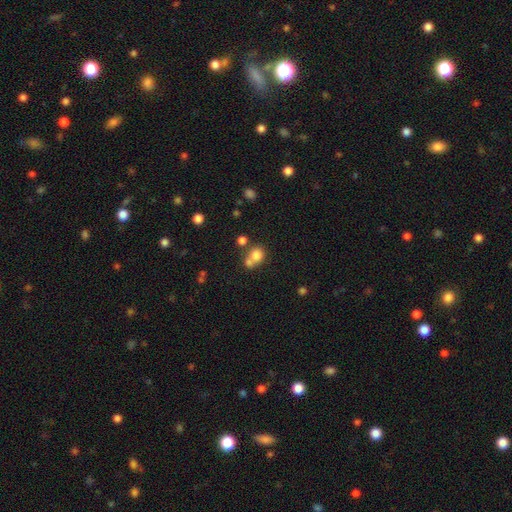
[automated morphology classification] This appears to be a smooth galaxy with no disk features (77%) that is round (75%). Merging: merger (46%).